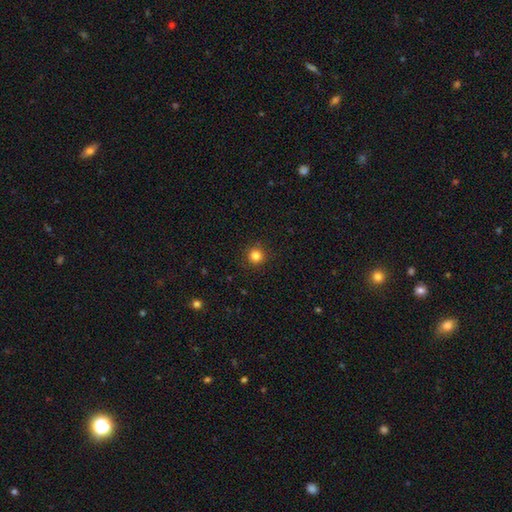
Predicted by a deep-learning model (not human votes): smooth-or-featured: smooth: 83% | star or artifact: 13% | featured or disk: 4%
  how-rounded: round: 95% | in between: 4% | cigar-shaped: 1%
  merging: none: 91% | minor disturbance: 6% | major disturbance: 2% | merger: 1%